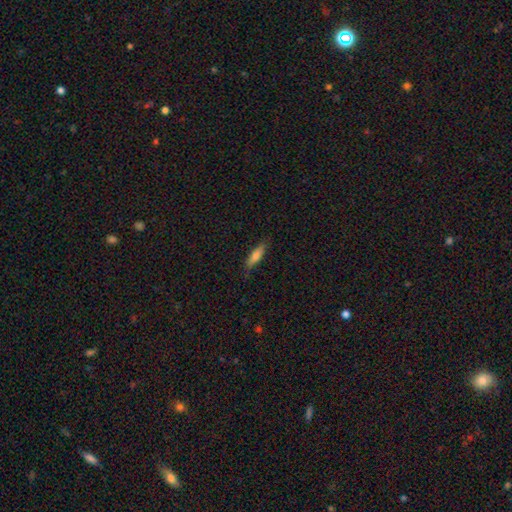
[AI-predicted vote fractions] Smooth or featured: smooth — 72% (featured or disk — 21%)
How rounded: cigar-shaped — 63% (in between — 36%)
Merging: none — 81% (minor disturbance — 15%)